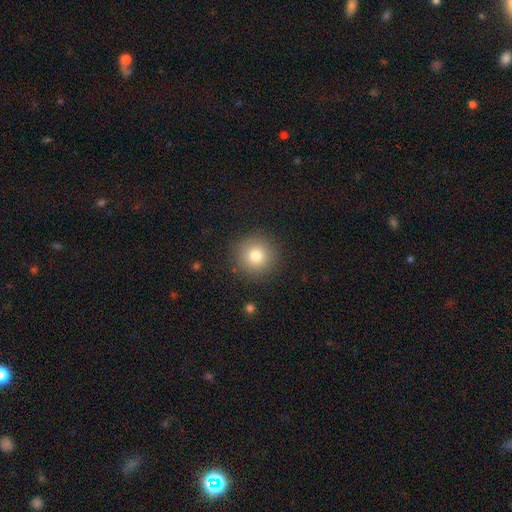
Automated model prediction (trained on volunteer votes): Smooth or featured: smooth — 78% (star or artifact — 12%)
How rounded: round — 95% (in between — 4%)
Merging: none — 89% (minor disturbance — 7%)